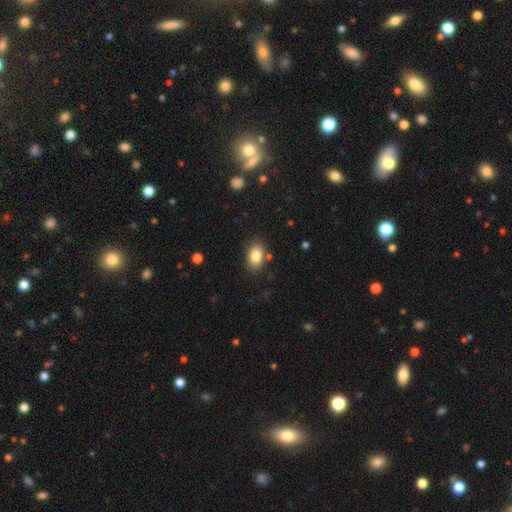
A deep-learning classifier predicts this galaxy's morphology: A smooth galaxy with no disk features (84%) that is in between round and cigar-shaped (86%). Merging: none (82%).